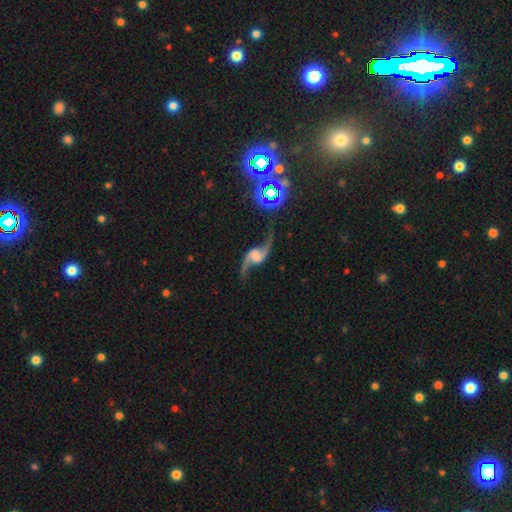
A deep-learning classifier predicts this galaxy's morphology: A featured or disk galaxy (90%) with no bar (44%), 2 (95%) loose (90%) spiral arms (97%) and no central bulge (48%).

Vote fractions:
- Smooth or featured? featured or disk: 90% / star or artifact: 6% / smooth: 4%
- Edge-on disk? no: 96% / yes: 4%
- Bar? no: 44% / weak: 37% / strong: 19%
- Spiral arms? yes: 97% / no: 3%
- Spiral winding? loose: 90% / medium: 8% / tight: 2%
- Spiral arm count? 2: 95% / 1: 1% / can't tell: 1% / 3: 1% / 4: 1% / more than 4: 1%
- Bulge size? none: 48% / large: 16% / moderate: 15% / small: 15% / dominant: 5%
- Merging? none: 74% / minor disturbance: 14% / major disturbance: 8% / merger: 4%